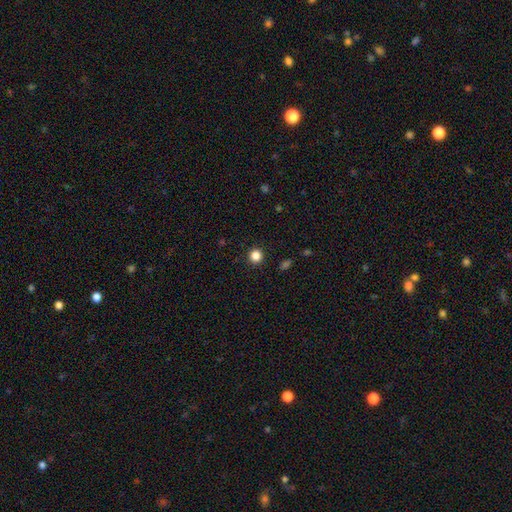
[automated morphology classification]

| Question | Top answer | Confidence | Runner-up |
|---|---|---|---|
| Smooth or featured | smooth | 84% | star or artifact (12%) |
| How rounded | round | 94% | in between (5%) |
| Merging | none | 92% | minor disturbance (5%) |